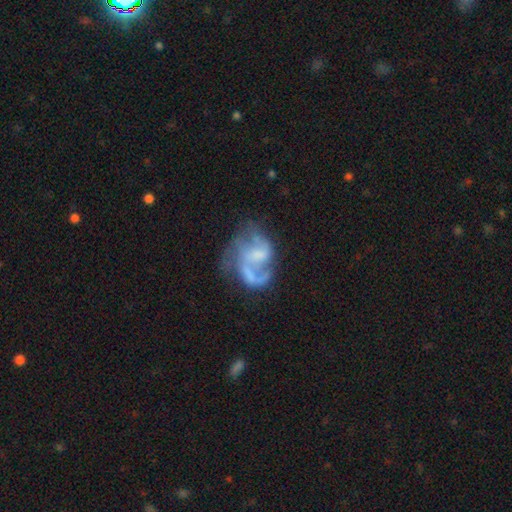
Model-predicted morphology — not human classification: This appears to be a featured or disk galaxy (73%) with no bar (53%), 2 (39%) loose (42%, tied with medium) spiral arms (73%) and no central bulge (39%). Merging: major disturbance (39%).